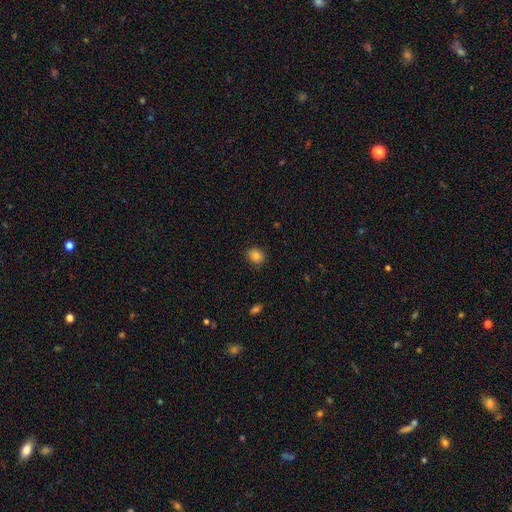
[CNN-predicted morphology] smooth_or_featured: smooth (p=0.83) [alt: star or artifact p=0.11]
how_rounded: round (p=0.61) [alt: in between p=0.39]
merging: none (p=0.84) [alt: minor disturbance p=0.12]